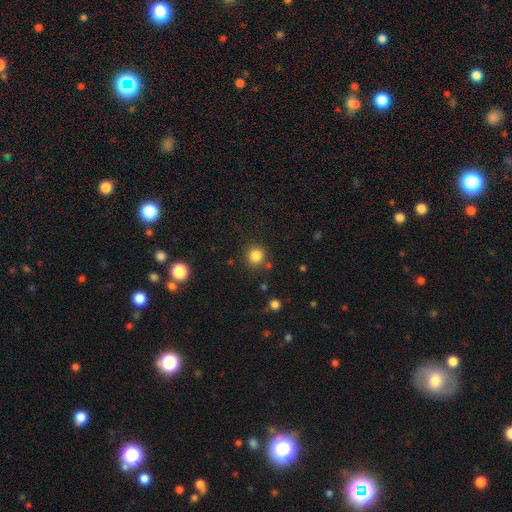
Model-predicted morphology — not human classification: Smooth or featured?
  - smooth: 84% *
  - star or artifact: 12%
  - featured or disk: 4%
How rounded?
  - round: 93% *
  - in between: 6%
  - cigar-shaped: 1%
Merging?
  - none: 84% *
  - minor disturbance: 8%
  - merger: 5%
  - major disturbance: 3%